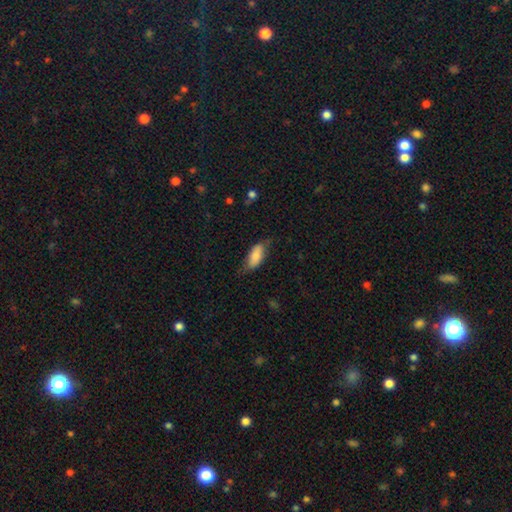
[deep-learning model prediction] This appears to be a smooth galaxy with no disk features (78%) that is in between round and cigar-shaped (85%). Merging: none (62%).